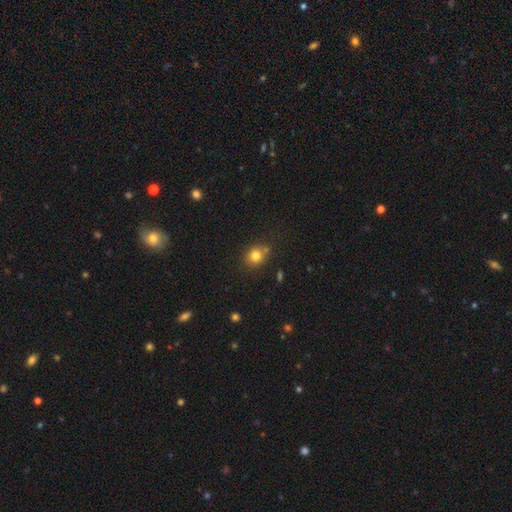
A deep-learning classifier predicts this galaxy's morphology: This is likely a smooth galaxy (80%). How rounded: likely round (76%). Merging: likely none (74%).